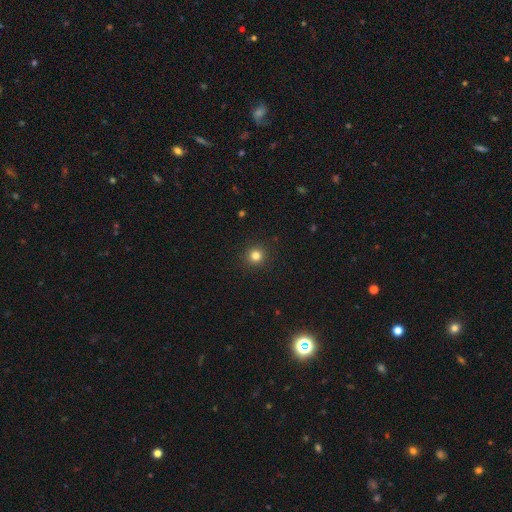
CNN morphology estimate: Smooth or featured: smooth — 82% (star or artifact — 13%)
How rounded: round — 94% (in between — 5%)
Merging: none — 92% (minor disturbance — 5%)